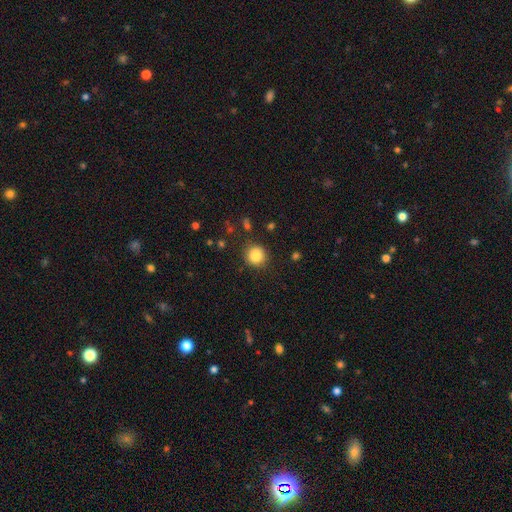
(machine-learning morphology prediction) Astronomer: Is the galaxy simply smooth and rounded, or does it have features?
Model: smooth — 85%.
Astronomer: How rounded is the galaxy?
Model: round — 90%.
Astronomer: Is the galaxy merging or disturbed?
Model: none — 87%.